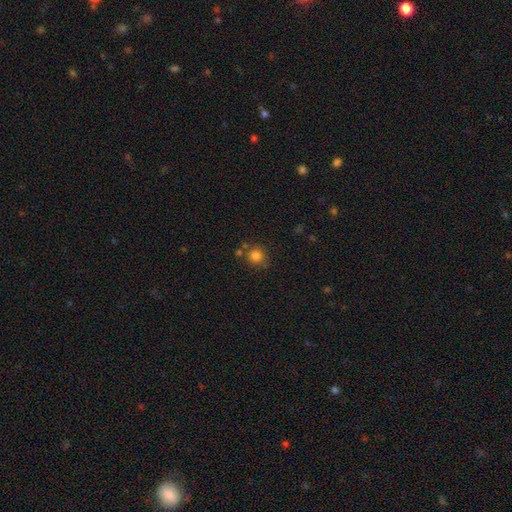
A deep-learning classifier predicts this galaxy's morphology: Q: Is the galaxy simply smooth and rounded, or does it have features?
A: smooth — 82%.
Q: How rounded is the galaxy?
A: round — 90%.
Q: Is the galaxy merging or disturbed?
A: none — 72%.